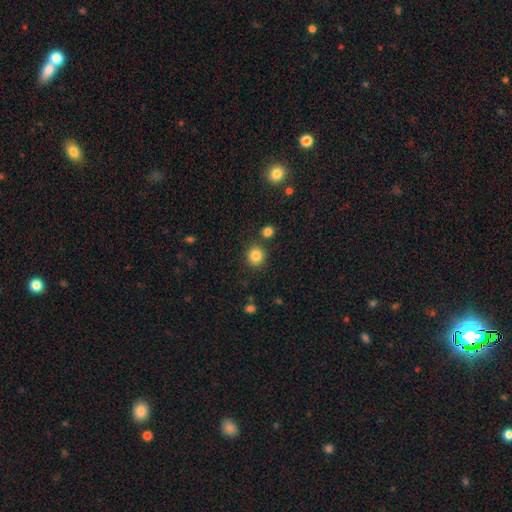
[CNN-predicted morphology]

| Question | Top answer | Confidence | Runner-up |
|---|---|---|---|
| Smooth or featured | smooth | 84% | star or artifact (11%) |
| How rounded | round | 88% | in between (11%) |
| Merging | none | 84% | minor disturbance (8%) |